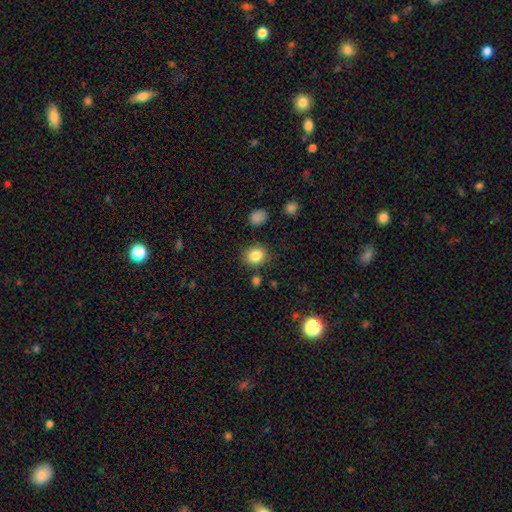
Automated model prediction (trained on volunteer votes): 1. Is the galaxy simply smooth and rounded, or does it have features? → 84% smooth, 10% star or artifact, 6% featured or disk.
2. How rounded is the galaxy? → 77% round, 22% in between, 1% cigar-shaped.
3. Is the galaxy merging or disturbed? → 84% none, 9% minor disturbance, 3% merger, 3% major disturbance.